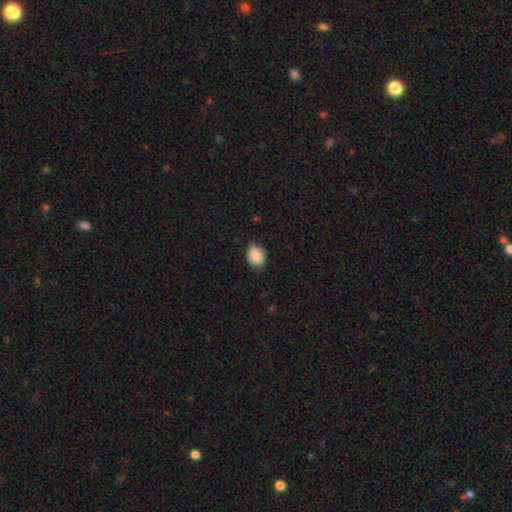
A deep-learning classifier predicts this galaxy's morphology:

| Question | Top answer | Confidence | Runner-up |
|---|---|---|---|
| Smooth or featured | smooth | 88% | star or artifact (7%) |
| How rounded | in between | 64% | round (35%) |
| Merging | none | 77% | minor disturbance (19%) |